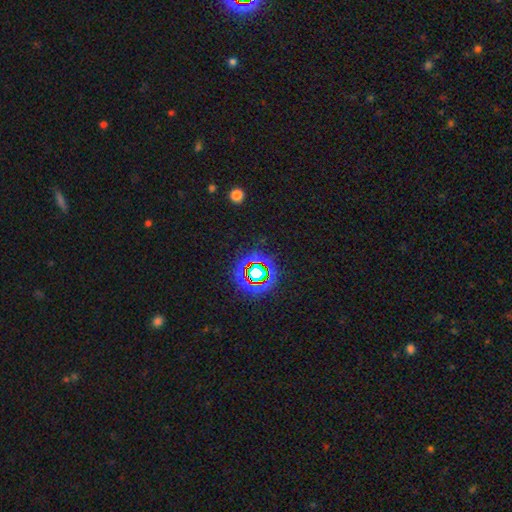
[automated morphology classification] star or artifact 71%, smooth 17%, featured or disk 12%.